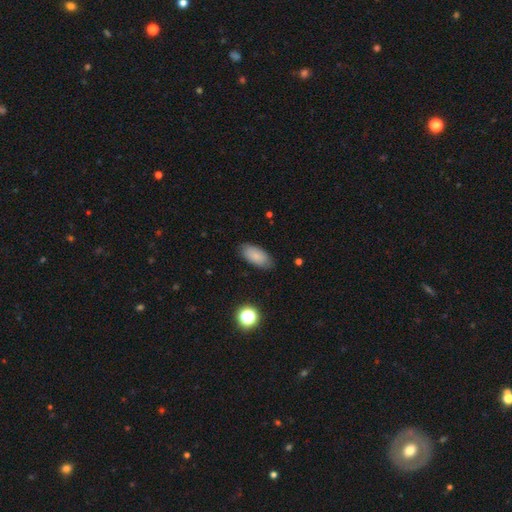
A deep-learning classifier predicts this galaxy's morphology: Overall: smooth (84%). How rounded: in between (91%). Merging: none (84%).